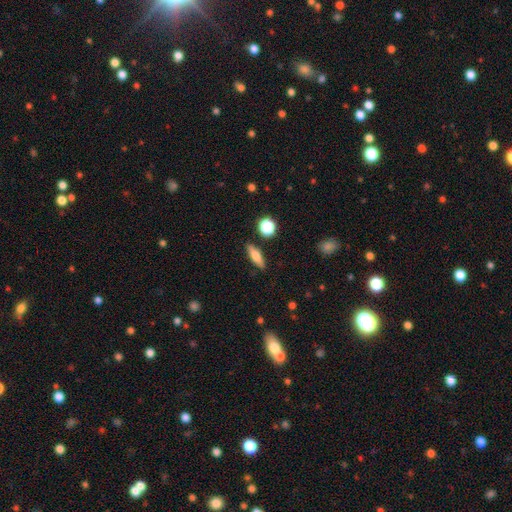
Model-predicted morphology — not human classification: This appears to be a smooth galaxy with no disk features (65%) that is cigar-shaped (53%). Merging: none (86%).